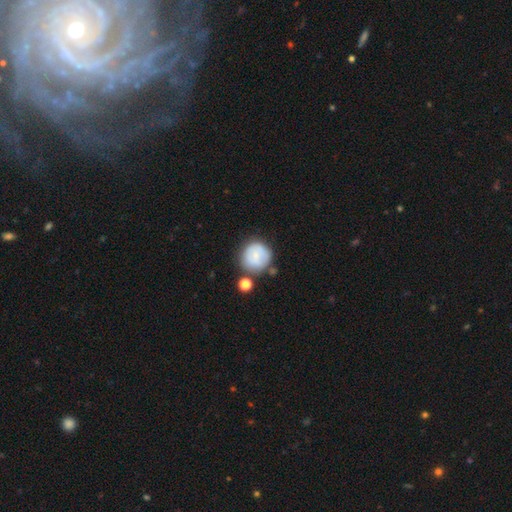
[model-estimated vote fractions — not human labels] smooth-or-featured: smooth: 68% | featured or disk: 25% | star or artifact: 8%
  how-rounded: round: 91% | in between: 8% | cigar-shaped: 1%
  merging: none: 64% | minor disturbance: 18% | merger: 11% | major disturbance: 6%